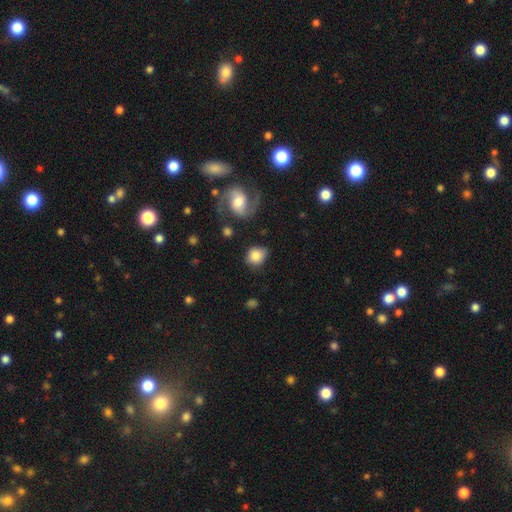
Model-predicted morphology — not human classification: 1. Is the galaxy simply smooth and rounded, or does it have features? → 78% smooth, 14% featured or disk, 7% star or artifact.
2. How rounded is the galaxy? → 68% round, 31% in between, 1% cigar-shaped.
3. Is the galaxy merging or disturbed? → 71% none, 19% minor disturbance, 7% major disturbance, 4% merger.